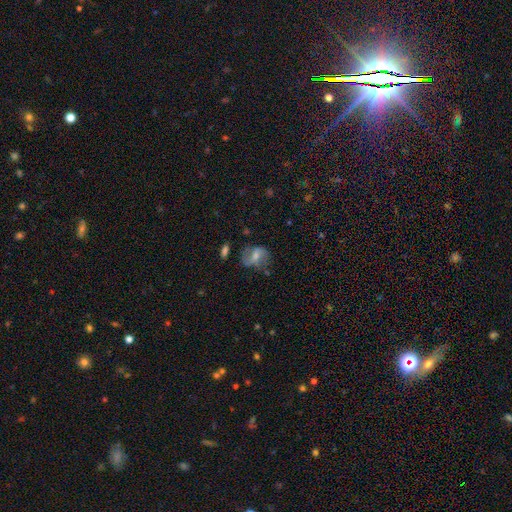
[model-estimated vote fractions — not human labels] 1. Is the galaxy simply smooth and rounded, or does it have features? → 54% featured or disk, 35% smooth, 11% star or artifact.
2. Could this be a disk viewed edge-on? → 94% no, 6% yes.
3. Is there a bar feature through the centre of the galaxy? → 43% weak, 29% no, 28% strong.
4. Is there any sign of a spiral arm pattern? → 72% yes, 28% no.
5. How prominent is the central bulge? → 49% moderate, 41% small, 5% none, 4% large, 1% dominant.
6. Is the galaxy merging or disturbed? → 66% none, 21% minor disturbance, 10% major disturbance, 3% merger.